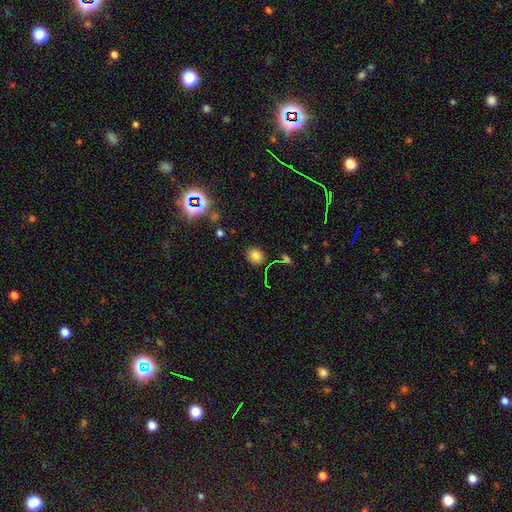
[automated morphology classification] Overall: smooth (76%). How rounded: round (51%; in between 48%). Merging: none (84%).